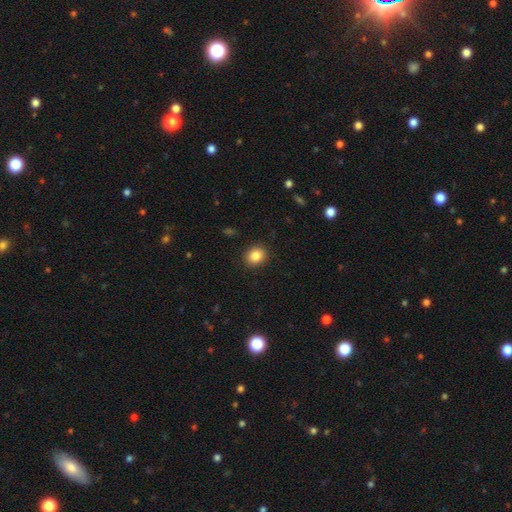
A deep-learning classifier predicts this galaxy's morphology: Overall: smooth (85%). How rounded: round (63%; in between 36%). Merging: none (91%).